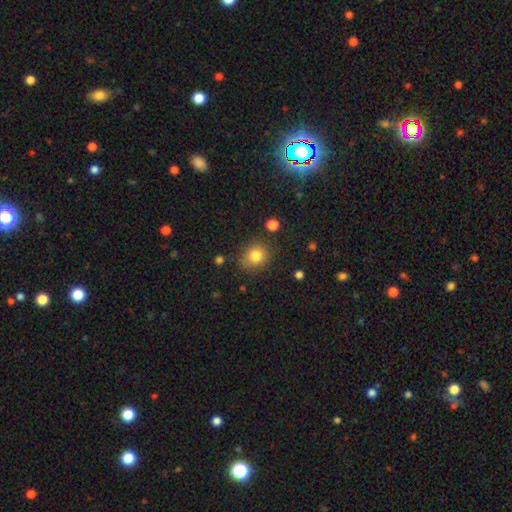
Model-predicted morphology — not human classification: Smooth or featured?
  - smooth: 82% *
  - star or artifact: 11%
  - featured or disk: 7%
How rounded?
  - round: 78% *
  - in between: 21%
  - cigar-shaped: 1%
Merging?
  - none: 82% *
  - minor disturbance: 12%
  - major disturbance: 4%
  - merger: 3%